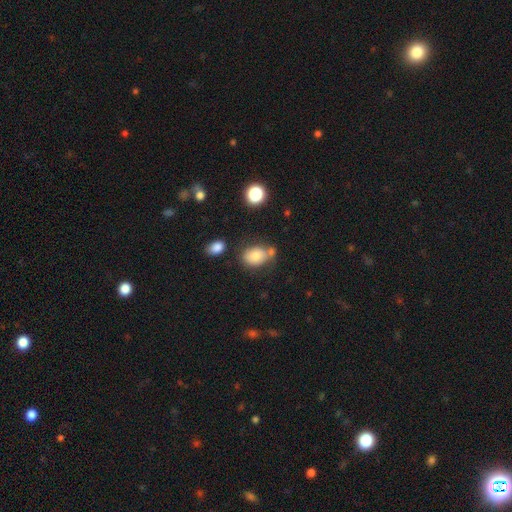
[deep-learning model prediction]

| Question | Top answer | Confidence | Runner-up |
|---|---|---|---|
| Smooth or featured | smooth | 77% | featured or disk (12%) |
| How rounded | in between | 64% | round (35%) |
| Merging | none | 61% | minor disturbance (18%) |